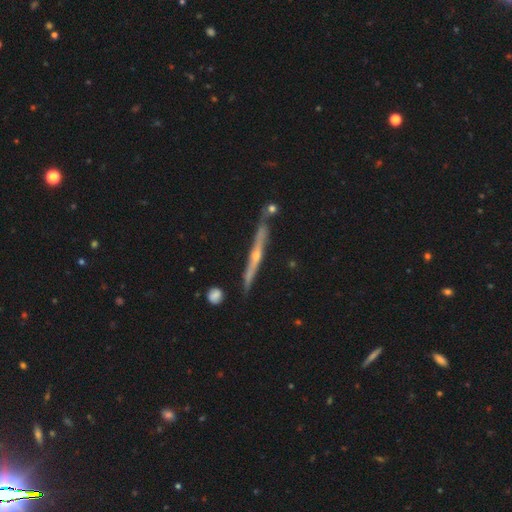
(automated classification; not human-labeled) This appears to be a featured or disk galaxy (80%) viewed edge-on (97%) with a rounded central bulge (77%). Merging: none (83%).